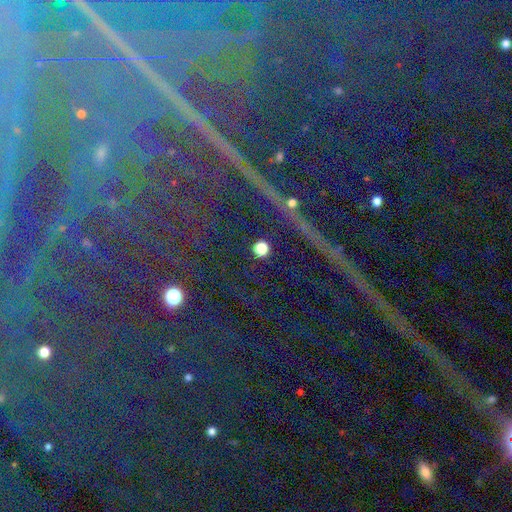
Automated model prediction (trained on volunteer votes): This appears to be a star or artifact, not a galaxy (86%).